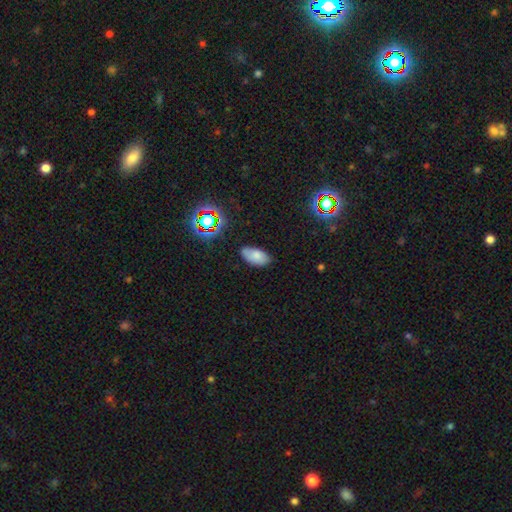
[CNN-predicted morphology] Q: Smooth or featured?
A: smooth (76%); runner-up: star or artifact (13%)
Q: How rounded?
A: in between (94%); runner-up: round (4%)
Q: Merging?
A: none (74%); runner-up: minor disturbance (20%)